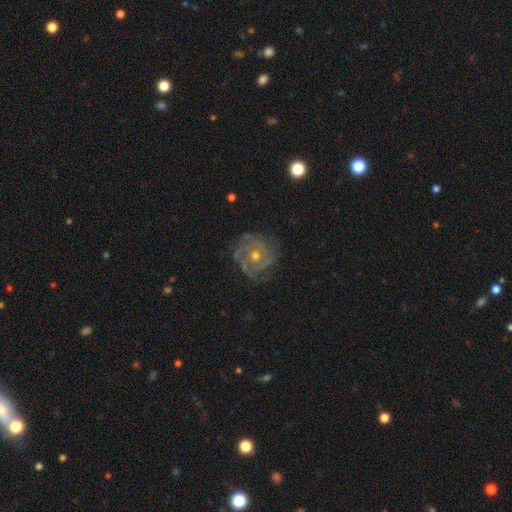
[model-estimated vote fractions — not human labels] smooth_or_featured: featured or disk (p=0.87) [alt: star or artifact p=0.07]
disk_edge_on: no (p=0.98) [alt: yes p=0.02]
bar: no (p=0.76) [alt: weak p=0.19]
has_spiral_arms: yes (p=0.96) [alt: no p=0.04]
spiral_winding: tight (p=0.68) [alt: medium p=0.27]
spiral_arm_count: 3 (p=0.39) [alt: can't tell p=0.19]
bulge_size: moderate (p=0.62) [alt: small p=0.34]
merging: none (p=0.76) [alt: minor disturbance p=0.16]